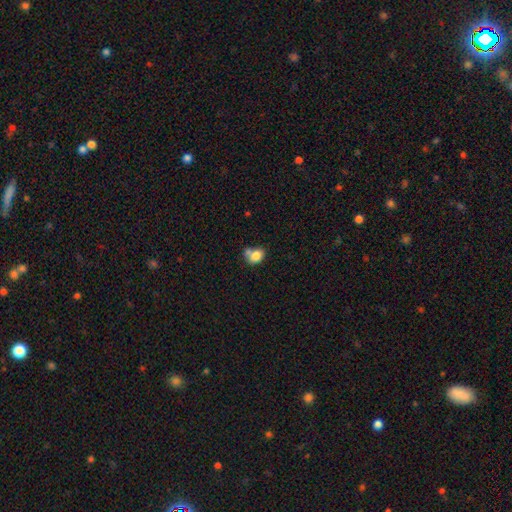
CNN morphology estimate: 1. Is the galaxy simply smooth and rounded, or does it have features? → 81% smooth, 10% featured or disk, 9% star or artifact.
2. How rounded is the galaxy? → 54% in between, 45% round, 1% cigar-shaped.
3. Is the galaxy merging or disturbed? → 40% none, 35% merger, 18% minor disturbance, 7% major disturbance.